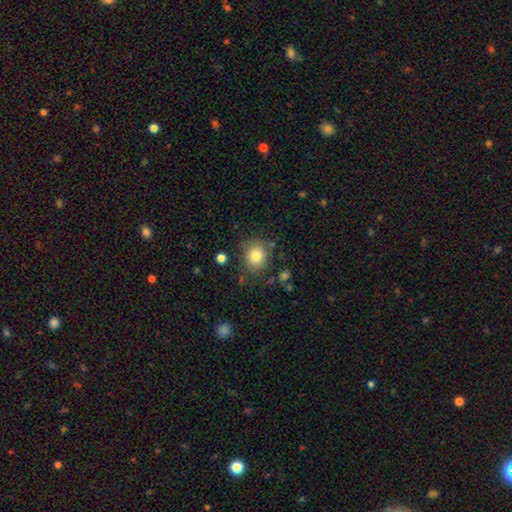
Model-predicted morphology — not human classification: A smooth galaxy with no disk features (81%) that is round (80%). Merging: none (80%).